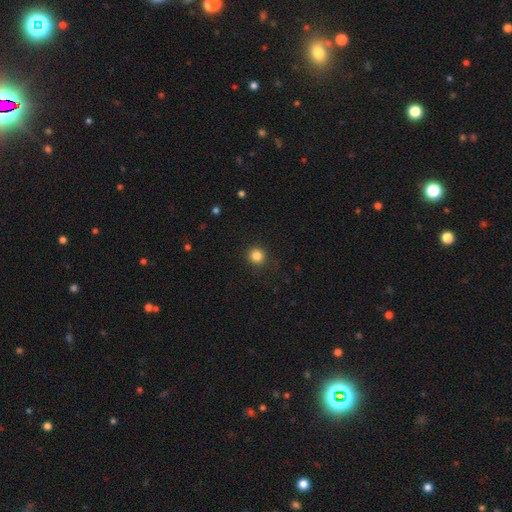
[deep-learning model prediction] This appears to be a smooth galaxy with no disk features (84%) that is round (92%). Merging: none (89%).